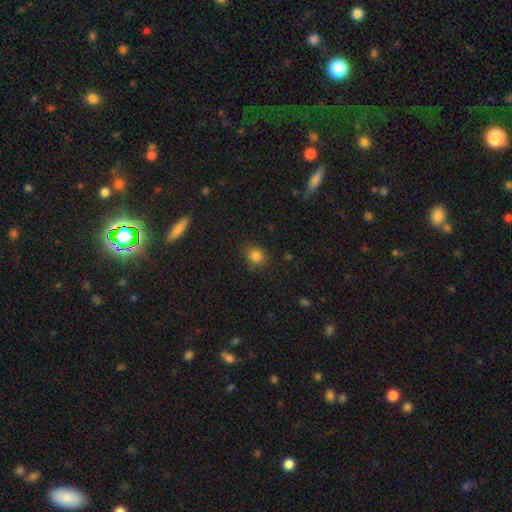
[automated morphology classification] Smooth or featured?
  - smooth: 82% *
  - star or artifact: 13%
  - featured or disk: 5%
How rounded?
  - round: 73% *
  - in between: 26%
  - cigar-shaped: 1%
Merging?
  - none: 83% *
  - minor disturbance: 12%
  - major disturbance: 3%
  - merger: 2%